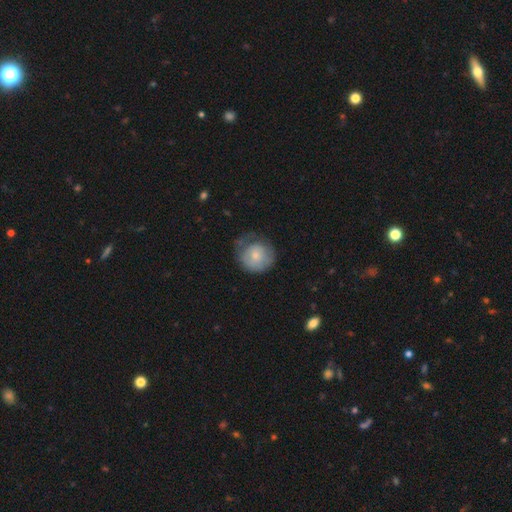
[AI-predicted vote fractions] The model was most divided on "merging": none: 48%, minor disturbance: 31%, major disturbance: 18%, merger: 2%. More confident: how rounded — round (88%); smooth or featured — smooth (68%).